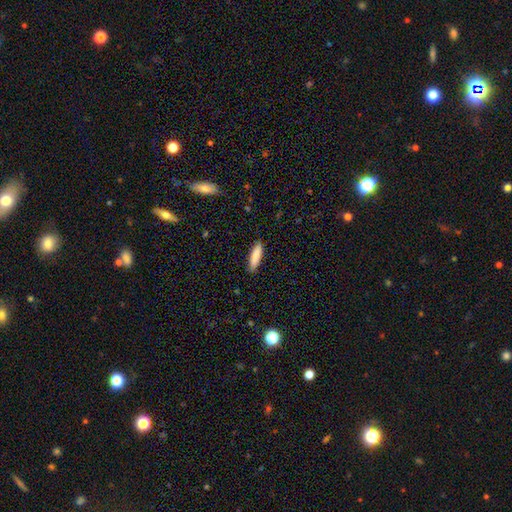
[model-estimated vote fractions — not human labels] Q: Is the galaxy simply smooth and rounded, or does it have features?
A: smooth — 85%.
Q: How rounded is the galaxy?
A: cigar-shaped — 70%.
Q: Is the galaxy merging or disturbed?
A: none — 88%.